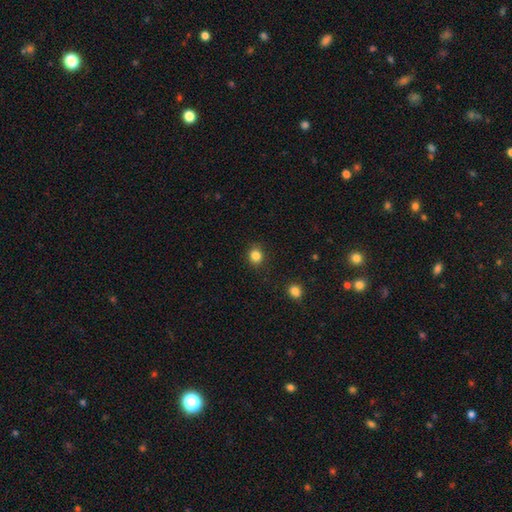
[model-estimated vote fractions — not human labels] The model was most divided on "how rounded": round: 82%, in between: 17%, cigar-shaped: 1%. More confident: merging — none (89%); smooth or featured — smooth (84%).